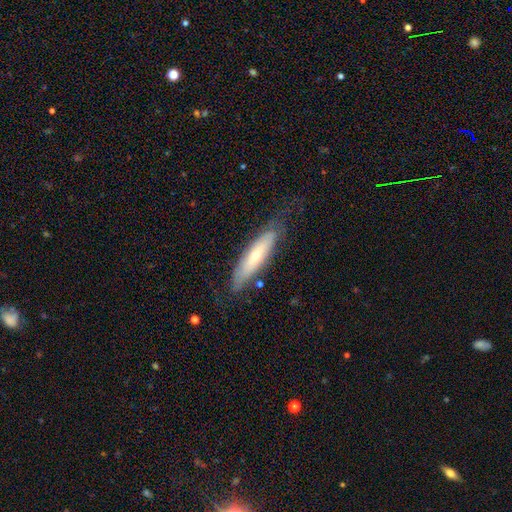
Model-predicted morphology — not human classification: The model was most divided on "smooth or featured": featured or disk: 48%, smooth: 45%, star or artifact: 7%. More confident: merging — none (70%).